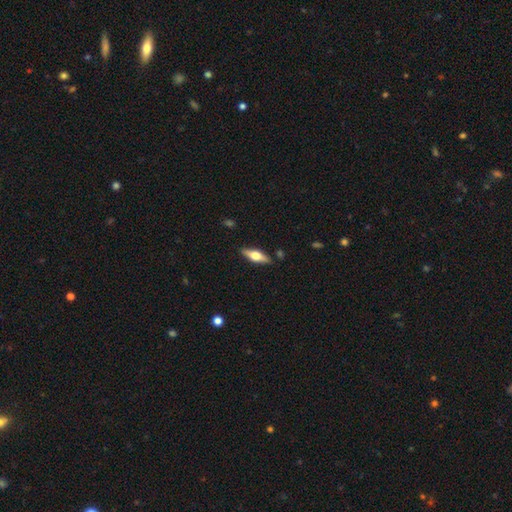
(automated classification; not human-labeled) A featured or disk galaxy (55%) viewed edge-on (92%) with a rounded central bulge (94%).

Vote fractions:
- Smooth or featured? featured or disk: 55% / smooth: 39% / star or artifact: 6%
- Edge-on disk? yes: 92% / no: 8%
- Edge-on bulge? rounded: 94% / boxy: 5% / none: 1%
- Merging? none: 86% / minor disturbance: 10% / major disturbance: 2% / merger: 2%